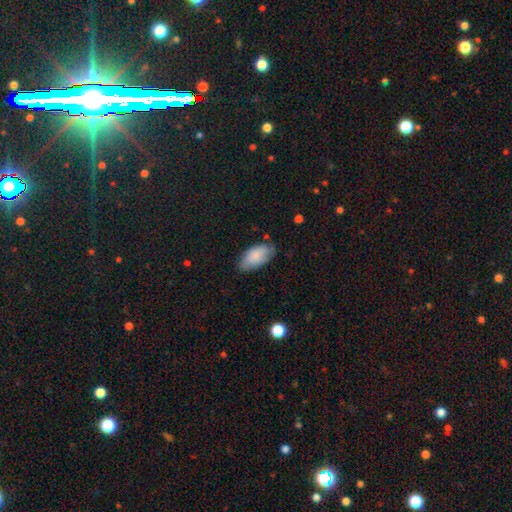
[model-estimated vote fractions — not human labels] A smooth galaxy with no disk features (80%) that is in between round and cigar-shaped (94%).

Vote fractions:
- Smooth or featured? smooth: 80% / featured or disk: 14% / star or artifact: 6%
- How rounded? in between: 94% / cigar-shaped: 4% / round: 2%
- Merging? none: 69% / minor disturbance: 25% / major disturbance: 5% / merger: 2%